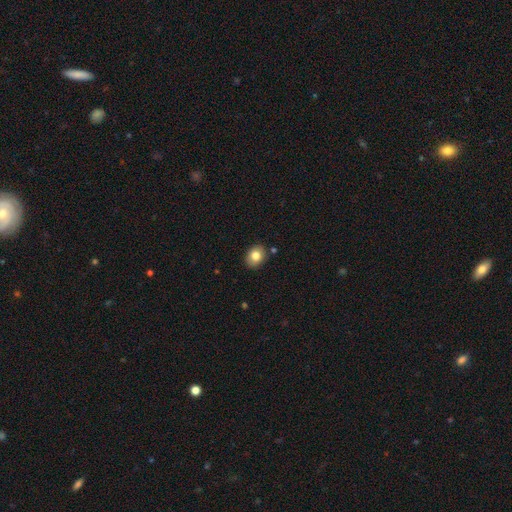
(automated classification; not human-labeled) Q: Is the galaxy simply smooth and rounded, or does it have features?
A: smooth — 80%.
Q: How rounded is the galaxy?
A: in between — 57%.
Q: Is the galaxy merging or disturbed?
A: none — 86%.